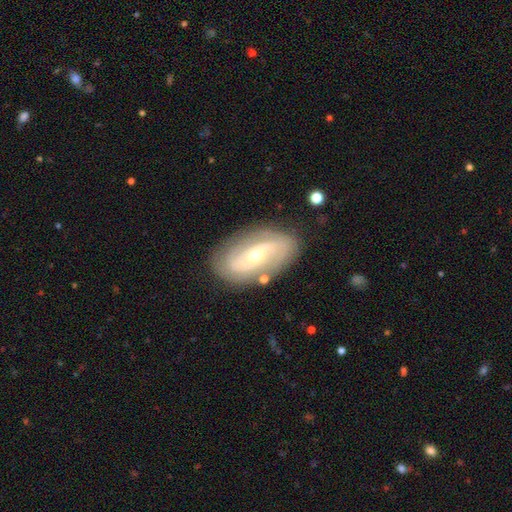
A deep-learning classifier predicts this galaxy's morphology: A featured or disk galaxy (77%) with no bar (50%), 2 (58%) tight (48%) spiral arms (82%) and a small central bulge (56%). Merging: none (78%).